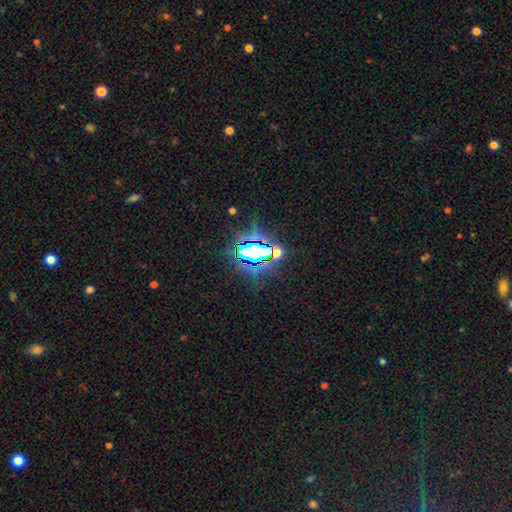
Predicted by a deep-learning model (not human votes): Smooth or featured: star or artifact — 82% (smooth — 11%)